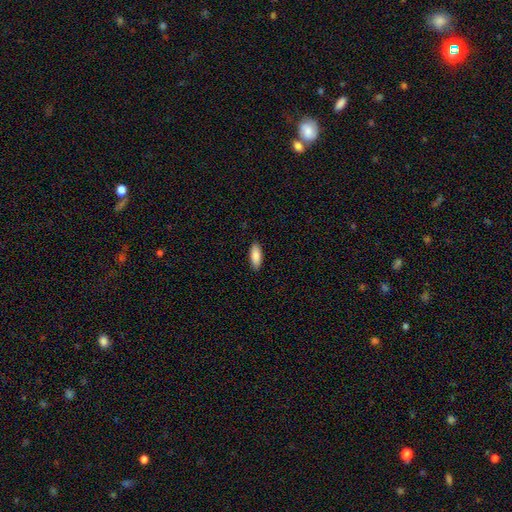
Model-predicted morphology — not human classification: The model was most divided on "how rounded": in between: 77%, cigar-shaped: 21%, round: 2%. More confident: merging — none (89%); smooth or featured — smooth (87%).